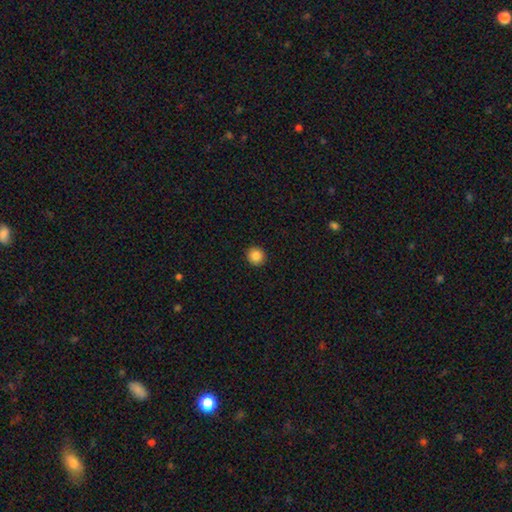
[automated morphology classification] This appears to be a smooth galaxy with no disk features (86%) that is round (93%). Merging: none (93%).